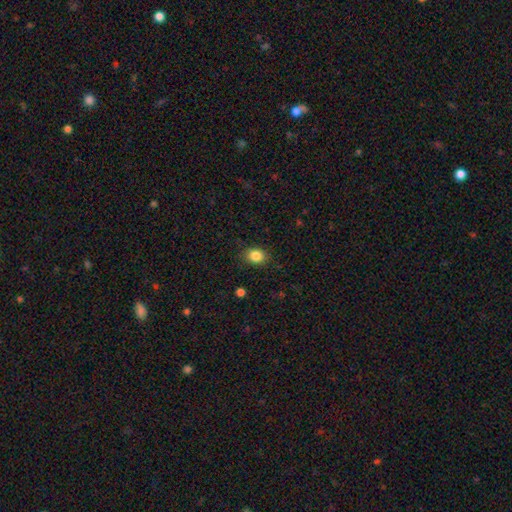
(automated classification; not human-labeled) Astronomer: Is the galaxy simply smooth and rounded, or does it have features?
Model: smooth — 85%.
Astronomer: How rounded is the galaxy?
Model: in between — 50% (runner-up: round, 49%).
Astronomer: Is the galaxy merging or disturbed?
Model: none — 87%.